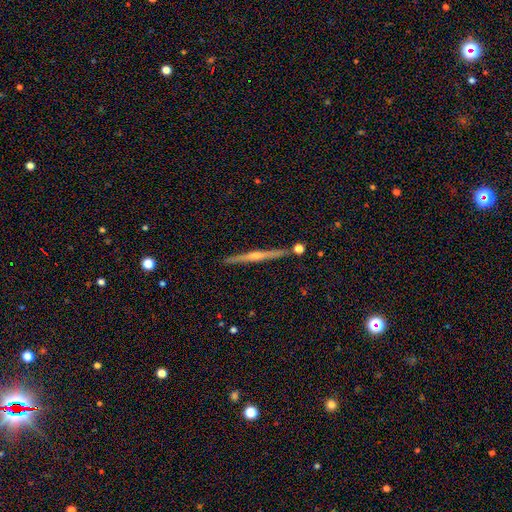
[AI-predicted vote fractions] Smooth or featured: featured or disk — 74% (smooth — 19%)
Edge-on disk: yes — 98% (no — 2%)
Edge-on bulge: rounded — 76% (none — 19%)
Merging: none — 88% (minor disturbance — 7%)